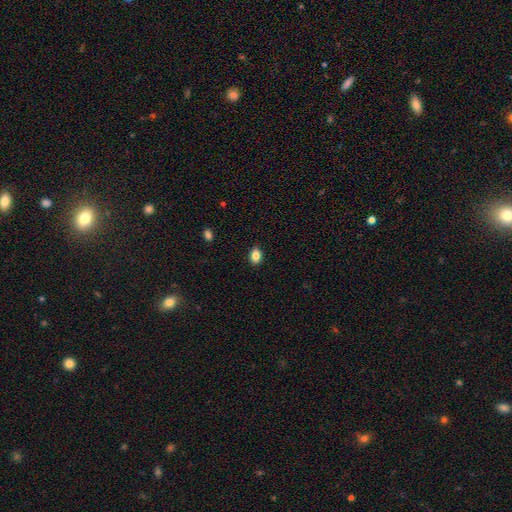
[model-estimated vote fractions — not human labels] Smooth or featured? smooth (85%)
How rounded? in between (80%)
Merging? none (89%)